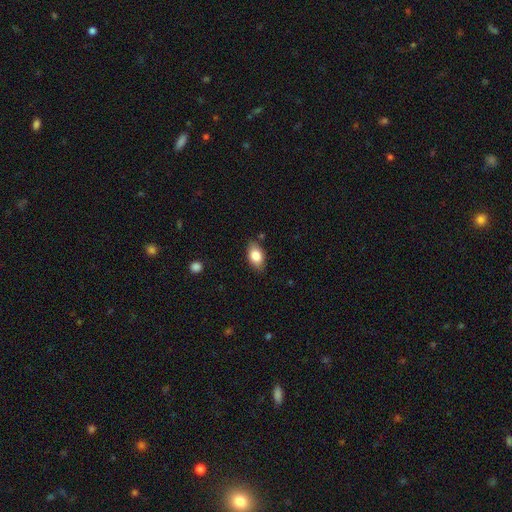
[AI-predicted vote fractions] The model was most divided on "merging": none: 82%, minor disturbance: 14%, major disturbance: 3%, merger: 2%. More confident: how rounded — in between (91%); smooth or featured — smooth (83%).